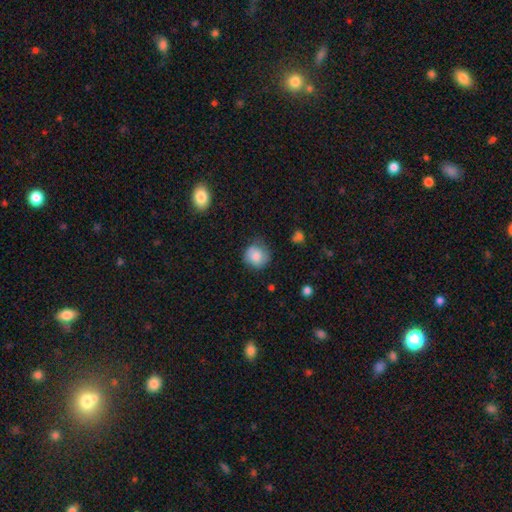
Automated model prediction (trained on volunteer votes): Q: Smooth or featured?
A: smooth (79%); runner-up: featured or disk (13%)
Q: How rounded?
A: round (85%); runner-up: in between (14%)
Q: Merging?
A: none (70%); runner-up: minor disturbance (23%)